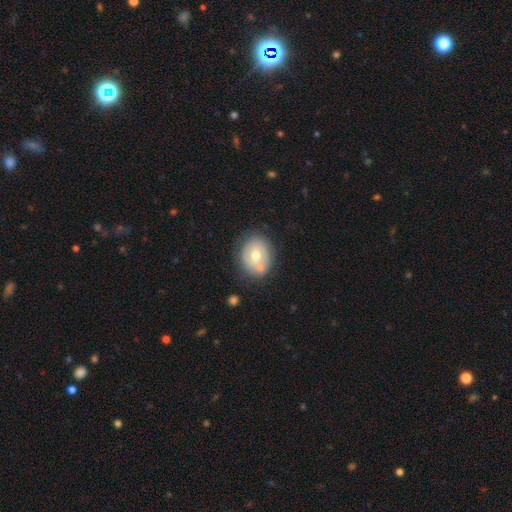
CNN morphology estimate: Smooth or featured?
  - smooth: 47% *
  - featured or disk: 46%
  - star or artifact: 8%
Merging?
  - none: 69% *
  - minor disturbance: 18%
  - merger: 8%
  - major disturbance: 5%